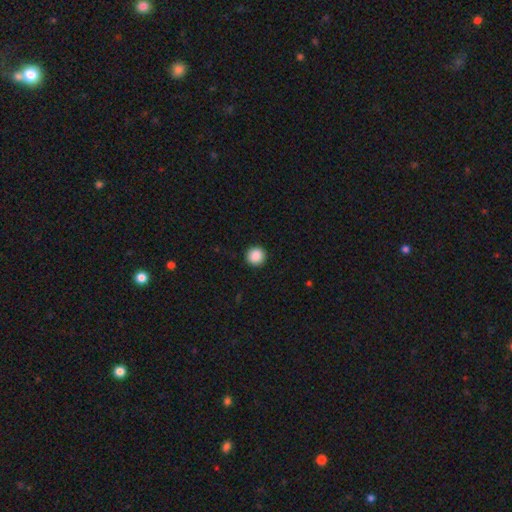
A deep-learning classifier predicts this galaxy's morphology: Smooth or featured?
  - smooth: 89% *
  - star or artifact: 9%
  - featured or disk: 2%
How rounded?
  - round: 95% *
  - in between: 4%
  - cigar-shaped: 1%
Merging?
  - none: 93% *
  - minor disturbance: 5%
  - major disturbance: 2%
  - merger: 1%